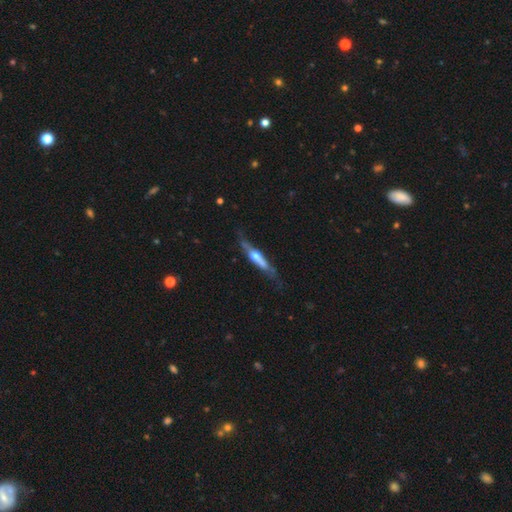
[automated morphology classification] A featured or disk galaxy (68%) viewed edge-on (91%) with a rounded central bulge (85%). Merging: none (60%).